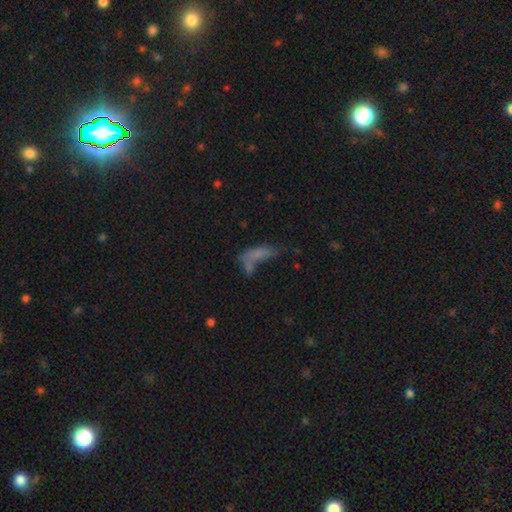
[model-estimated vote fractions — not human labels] smooth_or_featured: smooth (p=0.63) [alt: featured or disk p=0.20]
how_rounded: in between (p=0.58) [alt: cigar-shaped p=0.36]
merging: merger (p=0.32) [alt: none p=0.31]